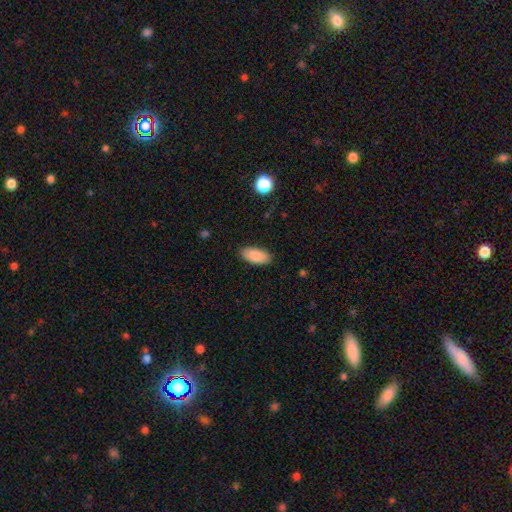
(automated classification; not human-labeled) Overall: smooth (87%). How rounded: in between (91%). Merging: none (87%).